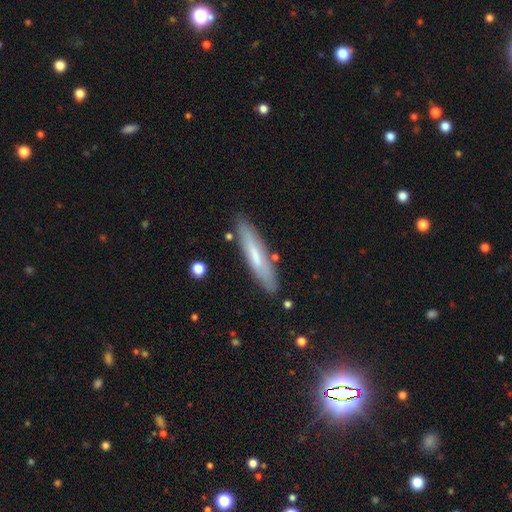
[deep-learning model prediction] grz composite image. It shows a smooth galaxy with no disk features (58%) that is cigar-shaped (86%). Merging: none (83%).